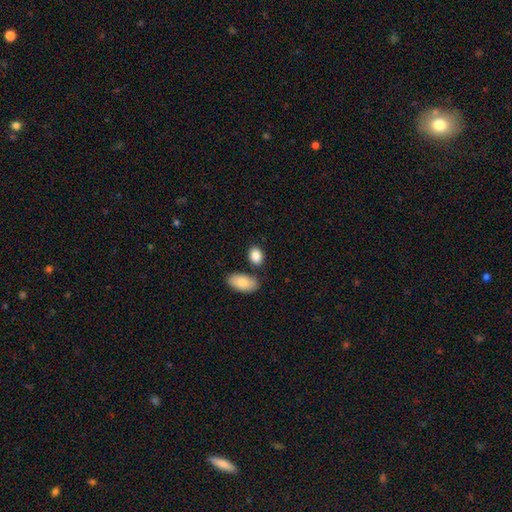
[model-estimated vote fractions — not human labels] This is clearly a smooth galaxy (87%). How rounded: clearly in between (81%). Merging: likely none (71%).